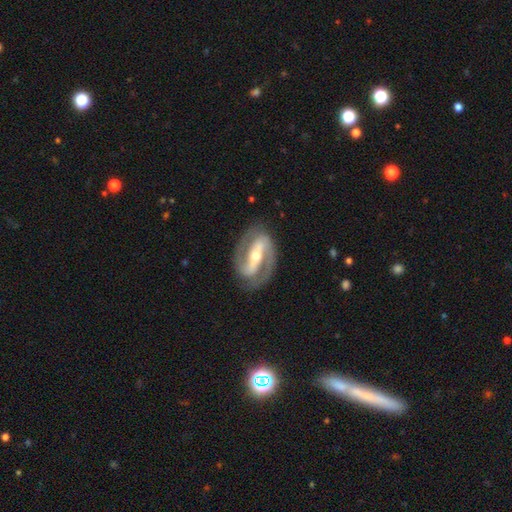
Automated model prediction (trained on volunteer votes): Overall: featured or disk (91%). Edge-on disk: no (96%). Bar: strong (71%). Spiral arms: yes (96%). Spiral arm count: 2 (92%). Spiral winding: medium (50%; tight 35%). Bulge size: moderate (57%; small 37%). Merging: none (84%).